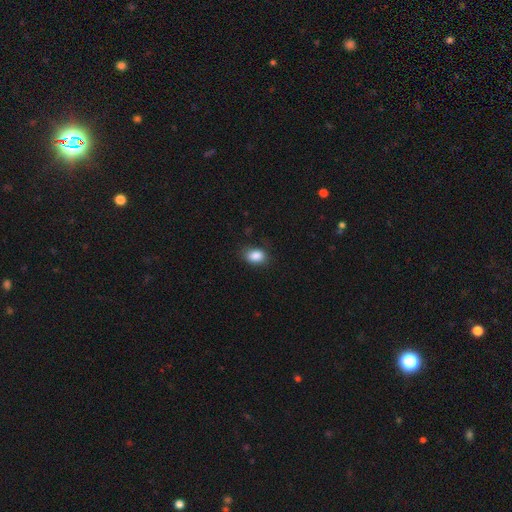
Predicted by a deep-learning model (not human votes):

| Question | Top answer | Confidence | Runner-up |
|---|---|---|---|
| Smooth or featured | smooth | 87% | star or artifact (9%) |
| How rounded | in between | 80% | round (18%) |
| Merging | none | 78% | minor disturbance (17%) |